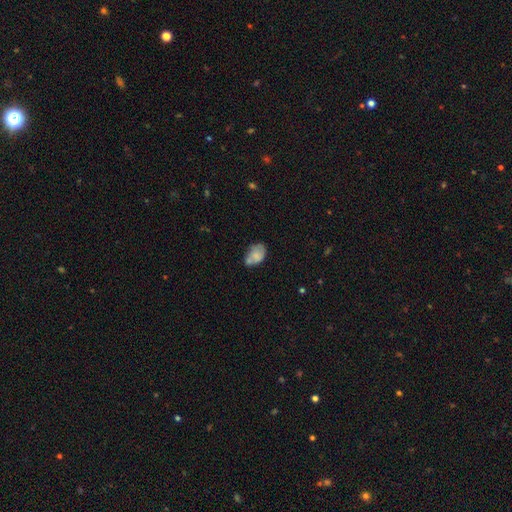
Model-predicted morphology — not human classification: A smooth galaxy with no disk features (71%) that is in between round and cigar-shaped (81%). Merging: none (38%).